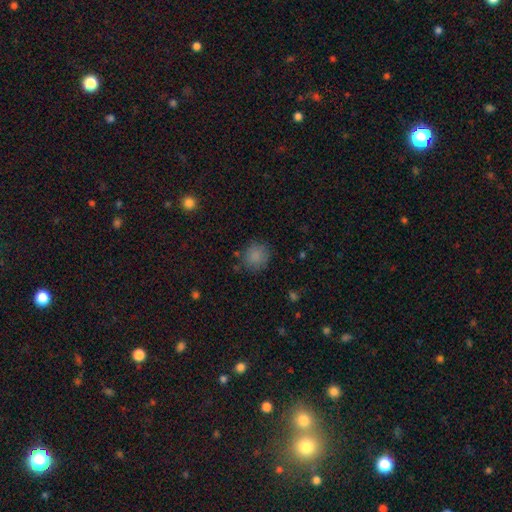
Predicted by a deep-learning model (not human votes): Smooth or featured? Predicted: smooth (p=0.84). How rounded? Predicted: round (p=0.85). Merging? Predicted: none (p=0.81).